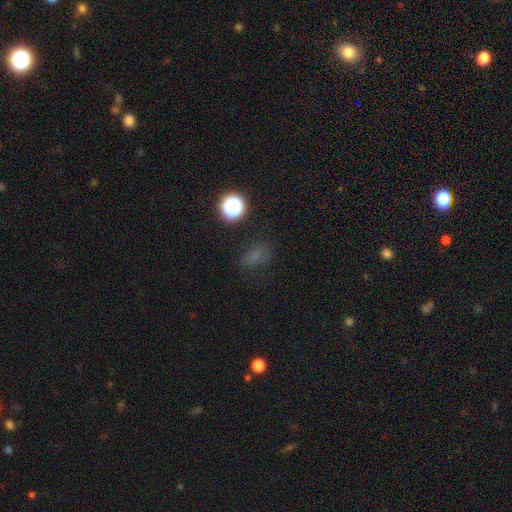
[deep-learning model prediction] Smooth or featured? smooth (60%)
How rounded? in between (65%)
Merging? none (69%)